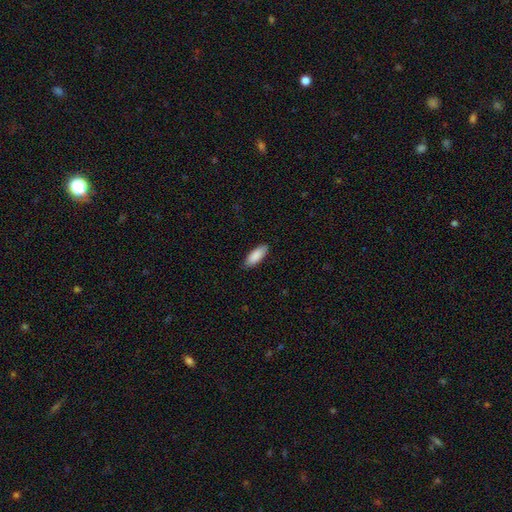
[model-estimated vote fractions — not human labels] smooth-or-featured: smooth: 90% | star or artifact: 5% | featured or disk: 5%
  how-rounded: in between: 75% | cigar-shaped: 23% | round: 1%
  merging: none: 87% | minor disturbance: 10% | major disturbance: 2% | merger: 1%